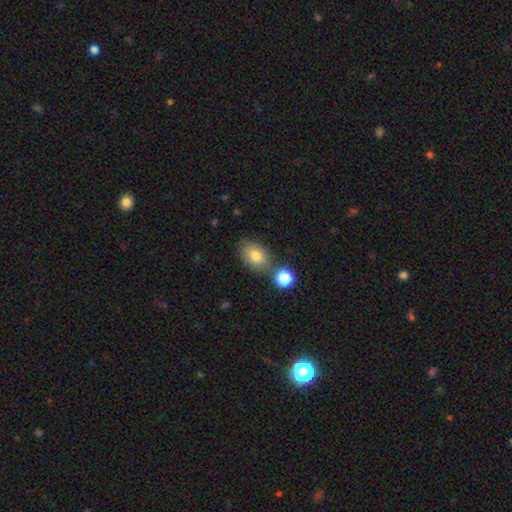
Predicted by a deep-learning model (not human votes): smooth 78%, featured or disk 12%, star or artifact 10%. Down the decision tree: how rounded — in between (80%); merging — none (63%).